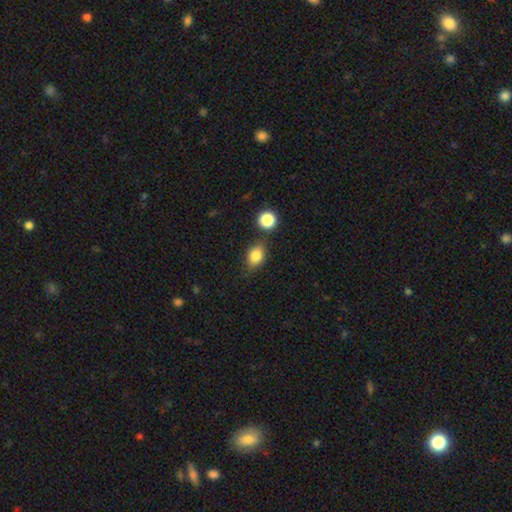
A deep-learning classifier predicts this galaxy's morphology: Smooth or featured? smooth (82%)
How rounded? in between (72%)
Merging? none (73%)